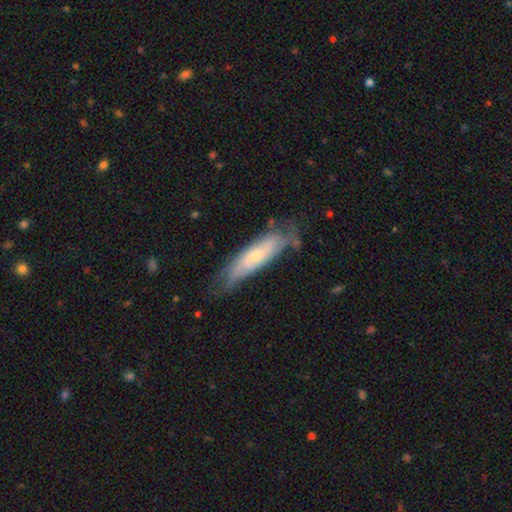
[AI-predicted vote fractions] smooth-or-featured: featured or disk: 61% | smooth: 32% | star or artifact: 6%
  disk-edge-on: no: 68% | yes: 32%
  merging: none: 61% | minor disturbance: 27% | major disturbance: 9% | merger: 3%